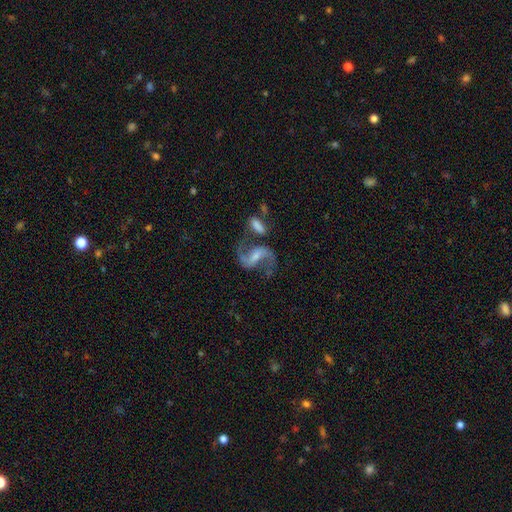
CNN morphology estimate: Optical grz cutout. It shows a featured or disk galaxy (89%) with a strong bar (43%), 2 (93%) loose (56%) spiral arms (96%) and a small central bulge (52%). Merging: none (58%).